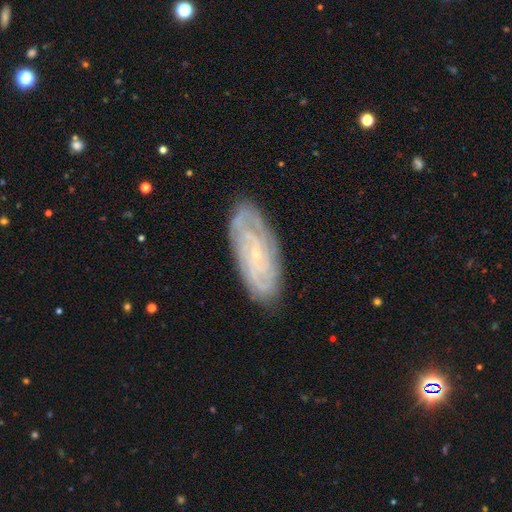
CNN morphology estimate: A featured or disk galaxy (80%) with no bar (70%), tight (73%) spiral arms (94%) and a small central bulge (87%).

Vote fractions:
- Smooth or featured? featured or disk: 80% / smooth: 13% / star or artifact: 7%
- Edge-on disk? no: 92% / yes: 8%
- Bar? no: 70% / weak: 24% / strong: 6%
- Spiral arms? yes: 94% / no: 6%
- Spiral winding? tight: 73% / medium: 22% / loose: 5%
- Spiral arm count? can't tell: 39% / 2: 18% / 3: 16% / 4: 14% / more than 4: 7% / 1: 6%
- Bulge size? small: 87% / moderate: 8% / none: 3% / large: 1% / dominant: 1%
- Merging? none: 83% / minor disturbance: 13% / major disturbance: 3% / merger: 1%